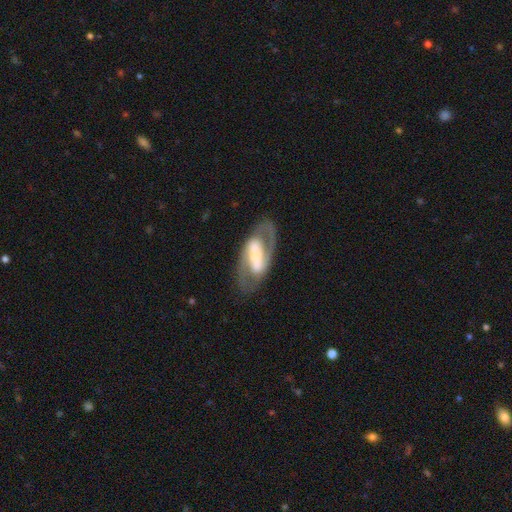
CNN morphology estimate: This is clearly a featured or disk galaxy (81%). It is clearly not viewed edge-on (93%). Bar: likely strong (69%). Spiral arm pattern: clearly yes (83%). Spiral arm count: clearly 2 (87%). Spiral winding: possibly medium (51%). Central bulge: marginally small (36%). Merging: likely none (77%).